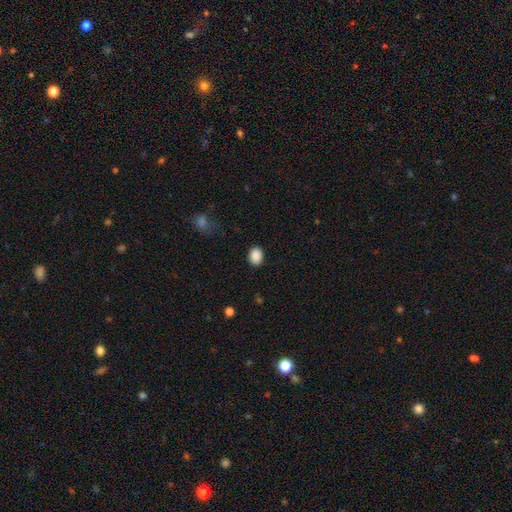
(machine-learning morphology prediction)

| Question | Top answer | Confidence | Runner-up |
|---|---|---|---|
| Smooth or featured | smooth | 89% | star or artifact (8%) |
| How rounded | in between | 63% | round (36%) |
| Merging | none | 87% | minor disturbance (9%) |